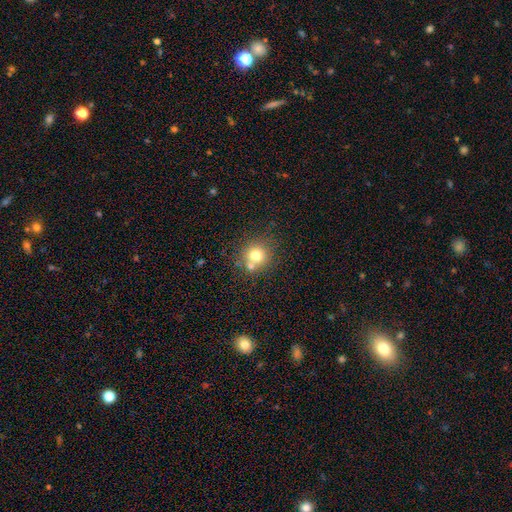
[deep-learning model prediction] Morphology: type=smooth (74%); roundness=round (90%); merging=none (63%).